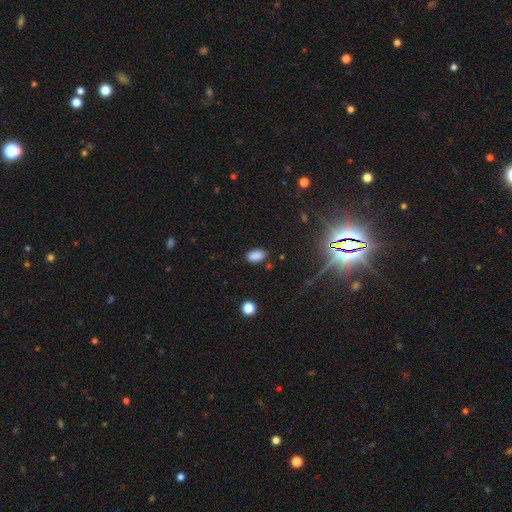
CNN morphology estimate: This is clearly a smooth galaxy (84%). How rounded: clearly in between (92%). Merging: clearly none (83%).